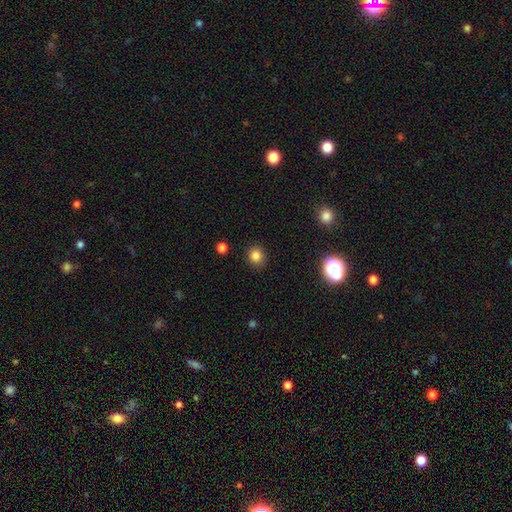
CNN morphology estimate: smooth-or-featured: smooth: 83% | star or artifact: 13% | featured or disk: 4%
  how-rounded: round: 85% | in between: 14% | cigar-shaped: 1%
  merging: none: 90% | minor disturbance: 7% | major disturbance: 2% | merger: 1%